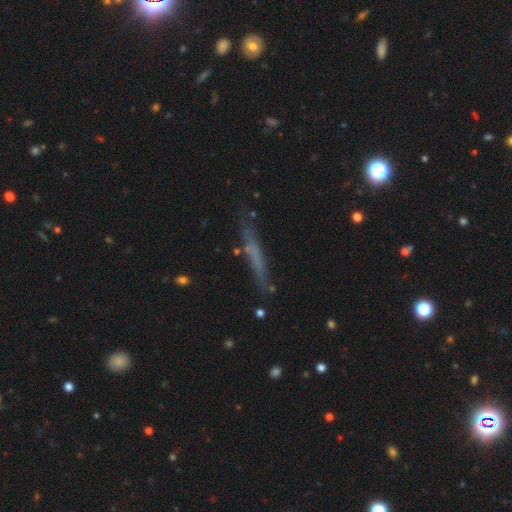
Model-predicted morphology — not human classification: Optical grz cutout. It shows a smooth galaxy with no disk features (47%). Merging: none (76%).